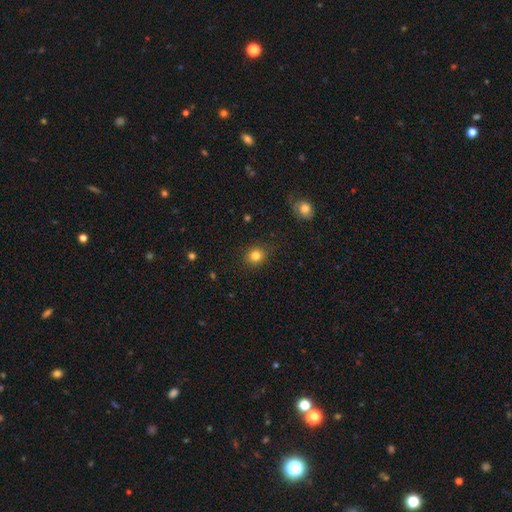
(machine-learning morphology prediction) smooth_or_featured: smooth (p=0.82) [alt: star or artifact p=0.12]
how_rounded: round (p=0.81) [alt: in between p=0.18]
merging: none (p=0.87) [alt: minor disturbance p=0.09]